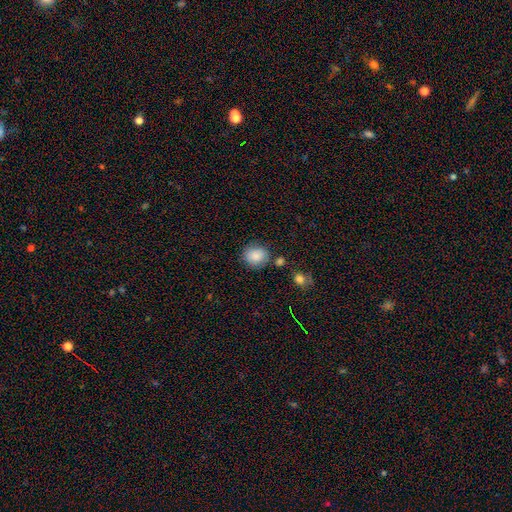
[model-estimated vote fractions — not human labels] smooth-or-featured: smooth: 86% | star or artifact: 8% | featured or disk: 6%
  how-rounded: round: 80% | in between: 19% | cigar-shaped: 1%
  merging: none: 78% | minor disturbance: 13% | merger: 6% | major disturbance: 4%